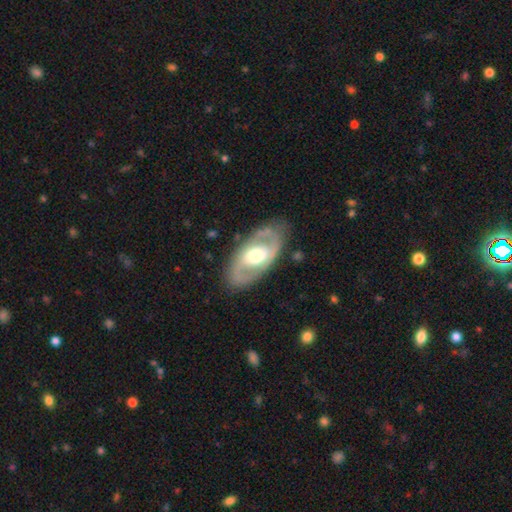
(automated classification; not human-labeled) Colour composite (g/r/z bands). It shows a featured or disk galaxy (77%) with no bar (46%), 2 (85%) medium (48%) spiral arms (76%) and a moderate central bulge (65%). Merging: none (81%).